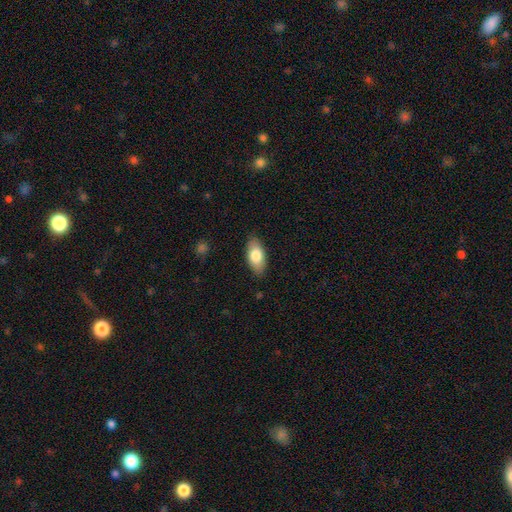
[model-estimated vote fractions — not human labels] A smooth galaxy with no disk features (79%) that is in between round and cigar-shaped (91%).

Vote fractions:
- Smooth or featured? smooth: 79% / featured or disk: 15% / star or artifact: 6%
- How rounded? in between: 91% / cigar-shaped: 6% / round: 3%
- Merging? none: 86% / minor disturbance: 10% / major disturbance: 2% / merger: 1%